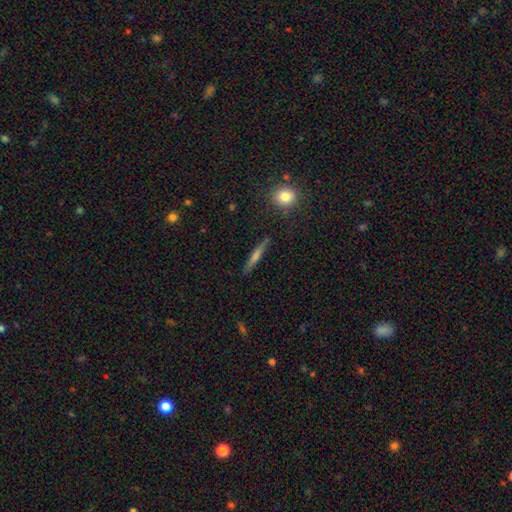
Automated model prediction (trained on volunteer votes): A featured or disk galaxy (56%) viewed edge-on (96%) with a rounded central bulge (72%). Merging: none (90%).